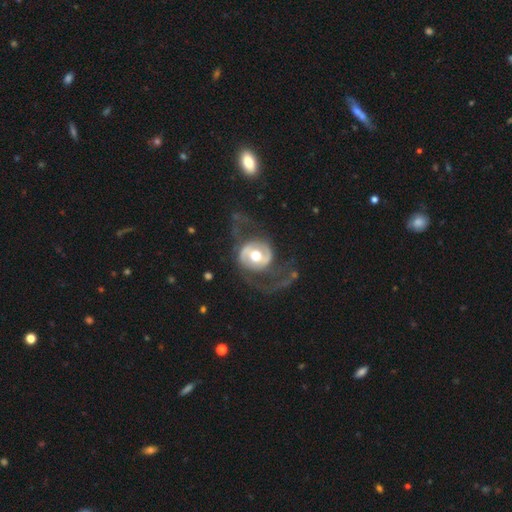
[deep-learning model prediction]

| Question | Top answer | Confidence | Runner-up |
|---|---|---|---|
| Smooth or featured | featured or disk | 80% | smooth (16%) |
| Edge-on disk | no | 97% | yes (3%) |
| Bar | no | 52% | weak (29%) |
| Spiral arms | yes | 75% | no (25%) |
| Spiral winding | loose | 47% | medium (38%) |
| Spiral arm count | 2 | 84% | 1 (6%) |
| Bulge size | moderate | 70% | large (22%) |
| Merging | none | 53% | major disturbance (31%) |